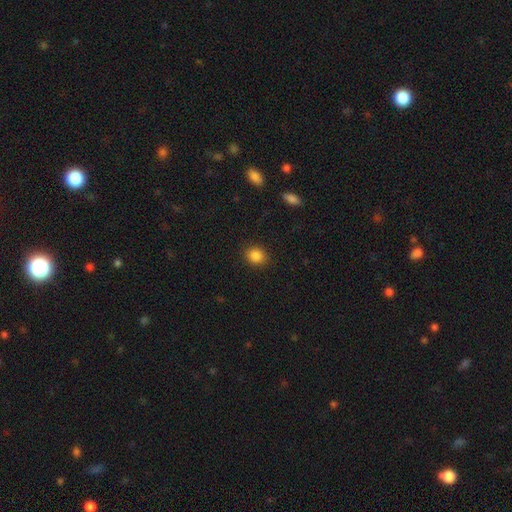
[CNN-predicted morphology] Smooth or featured?
  - smooth: 86% *
  - star or artifact: 10%
  - featured or disk: 4%
How rounded?
  - round: 62% *
  - in between: 37%
  - cigar-shaped: 1%
Merging?
  - none: 89% *
  - minor disturbance: 7%
  - major disturbance: 3%
  - merger: 1%